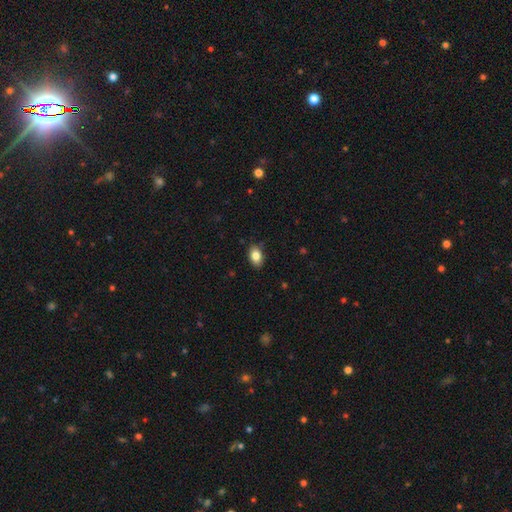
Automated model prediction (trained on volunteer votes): Q: Smooth or featured?
A: smooth (84%); runner-up: star or artifact (8%)
Q: How rounded?
A: in between (84%); runner-up: round (14%)
Q: Merging?
A: none (85%); runner-up: minor disturbance (12%)